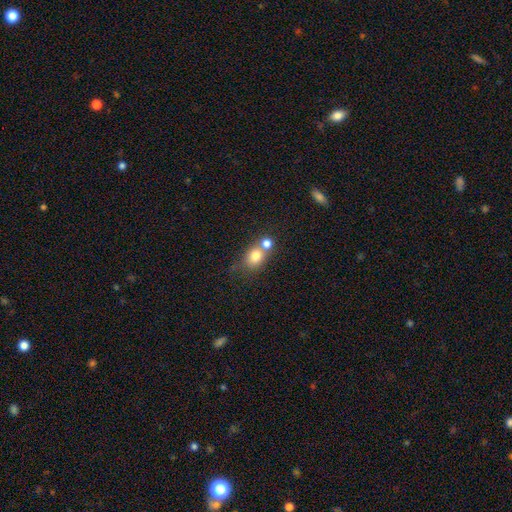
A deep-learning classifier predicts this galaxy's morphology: type=smooth (76%); roundness=round (61%); merging=merger (53%).